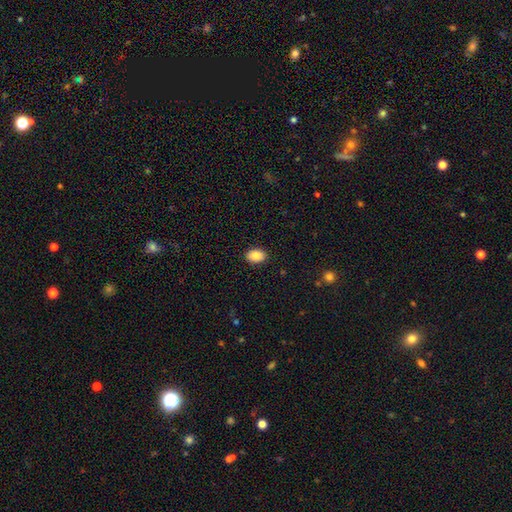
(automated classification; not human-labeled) Smooth or featured?
  - smooth: 88% *
  - star or artifact: 7%
  - featured or disk: 5%
How rounded?
  - in between: 84% *
  - round: 15%
  - cigar-shaped: 1%
Merging?
  - none: 89% *
  - minor disturbance: 8%
  - major disturbance: 2%
  - merger: 1%